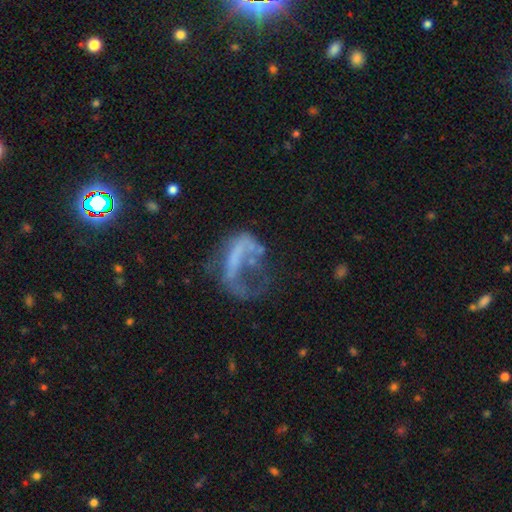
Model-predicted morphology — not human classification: Overall: featured or disk (57%; smooth 28%). Edge-on disk: no (96%). Bar: no (72%). Spiral arms: no (79%). Bulge size: none (74%). Merging: major disturbance (55%; none 24%).